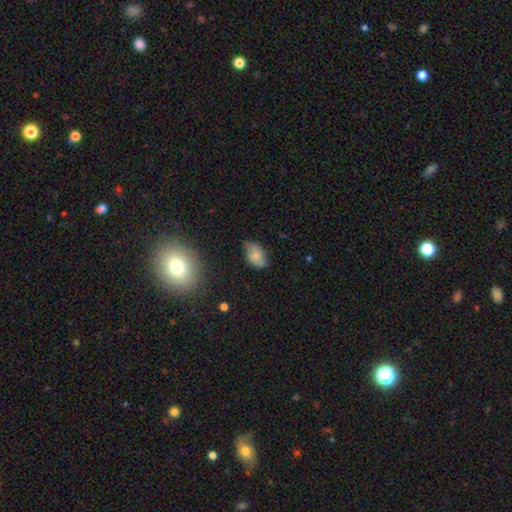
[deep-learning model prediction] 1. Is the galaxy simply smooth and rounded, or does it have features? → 51% smooth, 39% featured or disk, 10% star or artifact.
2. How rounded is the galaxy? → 88% in between, 10% round, 2% cigar-shaped.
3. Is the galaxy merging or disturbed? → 65% none, 26% minor disturbance, 7% major disturbance, 2% merger.